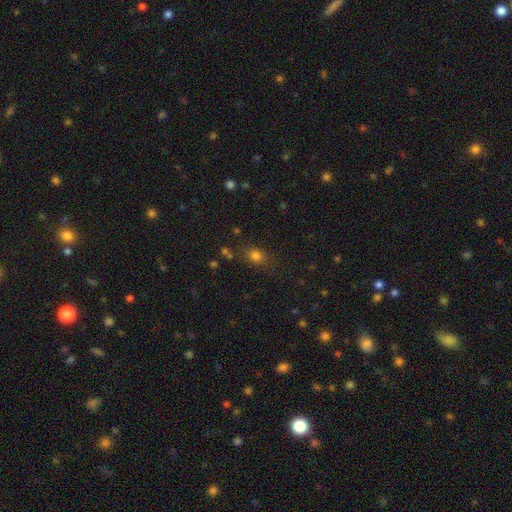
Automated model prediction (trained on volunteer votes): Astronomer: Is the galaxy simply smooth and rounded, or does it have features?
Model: smooth — 76%.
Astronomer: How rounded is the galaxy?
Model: round — 49%, tied with in between at 49%.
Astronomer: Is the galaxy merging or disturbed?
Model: none — 75%.